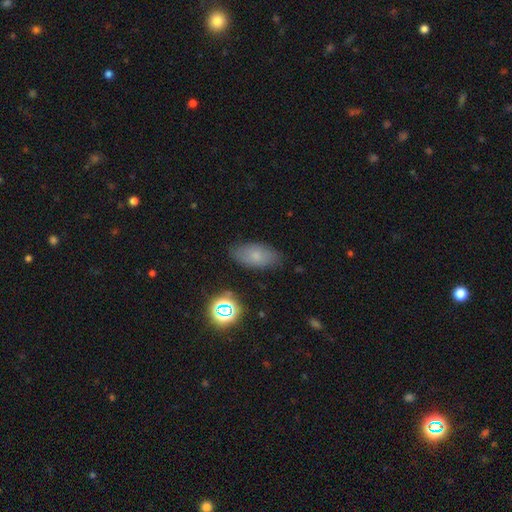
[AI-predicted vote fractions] Smooth or featured? Predicted: smooth (p=0.71). How rounded? Predicted: in between (p=0.91). Merging? Predicted: none (p=0.80).